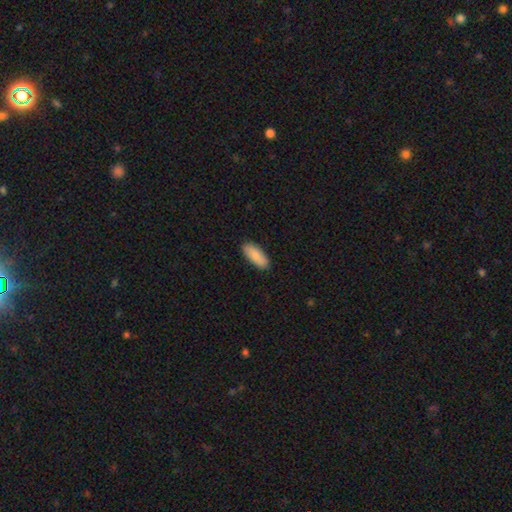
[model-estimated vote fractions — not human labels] Morphology: type=smooth (85%); roundness=in between (84%); merging=none (88%).